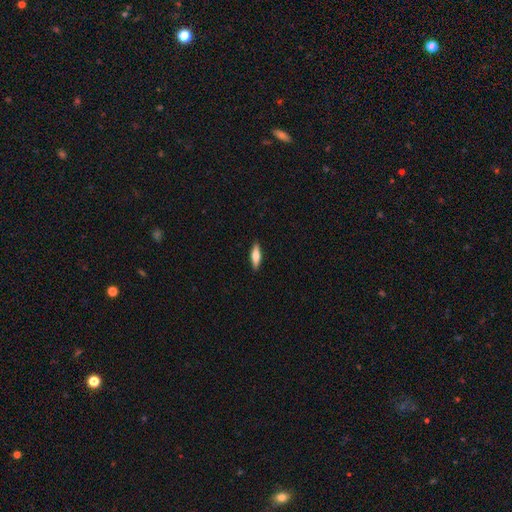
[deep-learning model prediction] Q: Smooth or featured?
A: smooth (64%); runner-up: featured or disk (30%)
Q: How rounded?
A: cigar-shaped (52%); runner-up: in between (46%)
Q: Merging?
A: none (90%); runner-up: minor disturbance (8%)